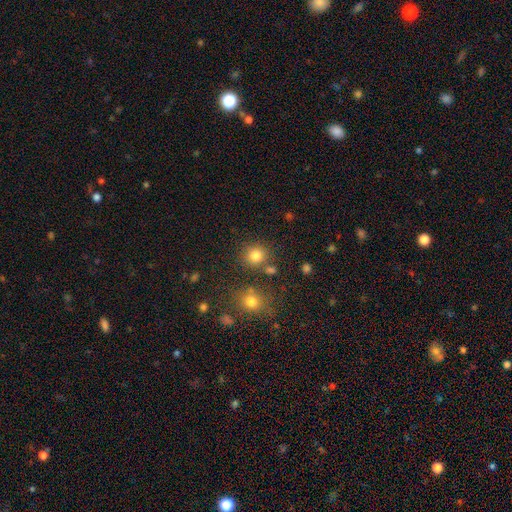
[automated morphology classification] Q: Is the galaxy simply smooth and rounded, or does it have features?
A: smooth — 81%.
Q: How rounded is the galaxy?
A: round — 88%.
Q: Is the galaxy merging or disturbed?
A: none — 78%.